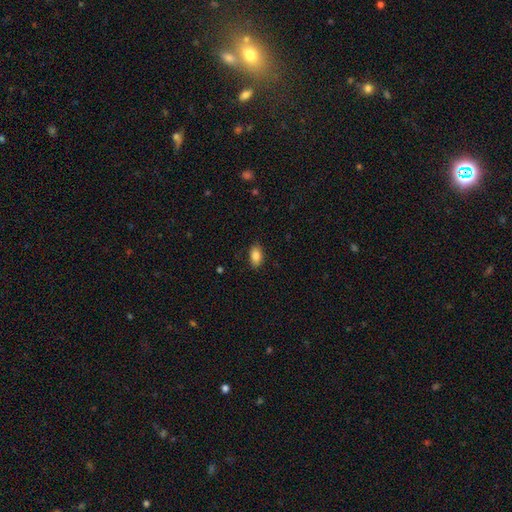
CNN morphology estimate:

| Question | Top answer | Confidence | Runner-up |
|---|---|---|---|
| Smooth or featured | smooth | 87% | star or artifact (8%) |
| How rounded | in between | 91% | round (6%) |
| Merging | none | 87% | minor disturbance (10%) |